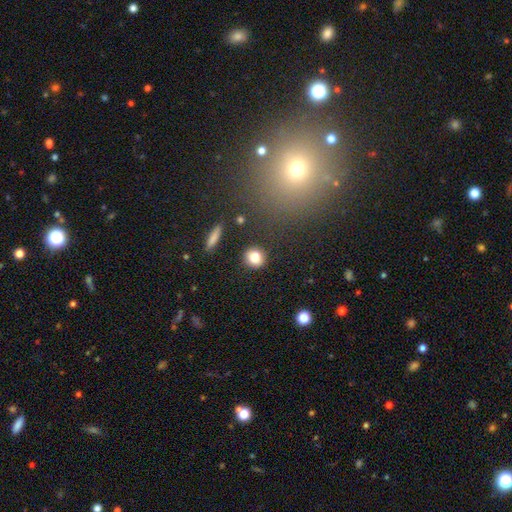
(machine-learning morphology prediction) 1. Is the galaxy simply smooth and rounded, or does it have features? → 81% smooth, 10% star or artifact, 9% featured or disk.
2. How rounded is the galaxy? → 80% round, 18% in between, 2% cigar-shaped.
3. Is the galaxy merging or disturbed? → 85% none, 9% minor disturbance, 3% major disturbance, 3% merger.